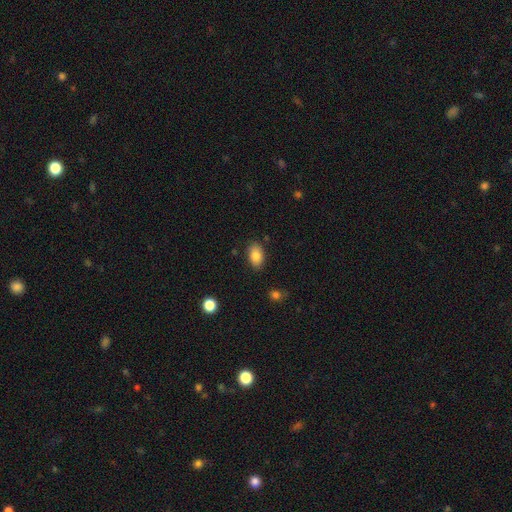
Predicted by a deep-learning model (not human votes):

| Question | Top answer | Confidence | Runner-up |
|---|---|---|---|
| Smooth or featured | smooth | 83% | featured or disk (8%) |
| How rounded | in between | 90% | round (8%) |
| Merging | none | 84% | minor disturbance (12%) |